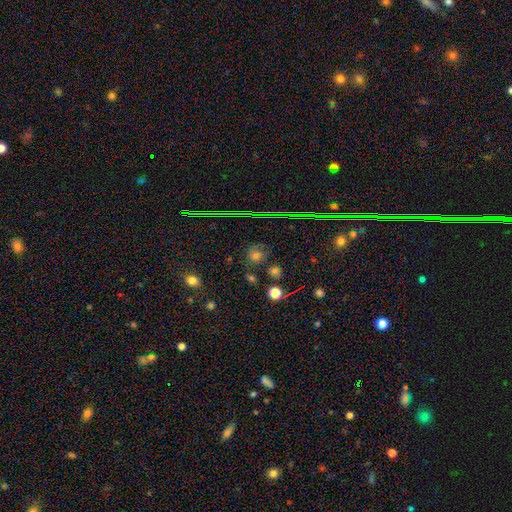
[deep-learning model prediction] A smooth galaxy with no disk features (52%) that is round (83%).

Vote fractions:
- Smooth or featured? smooth: 52% / star or artifact: 35% / featured or disk: 13%
- How rounded? round: 83% / in between: 15% / cigar-shaped: 2%
- Merging? none: 73% / minor disturbance: 13% / merger: 8% / major disturbance: 6%